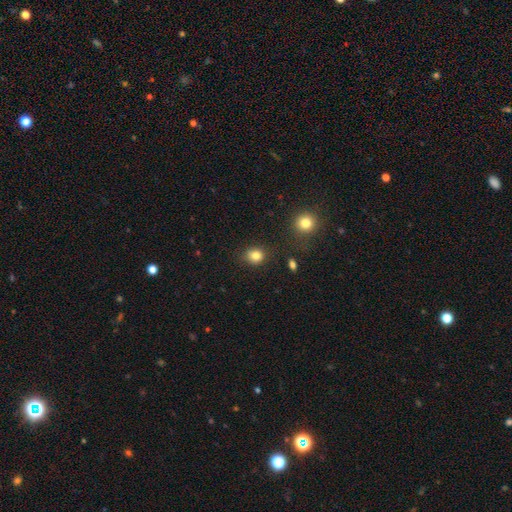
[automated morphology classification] Smooth or featured?
  - smooth: 83% *
  - star or artifact: 12%
  - featured or disk: 6%
How rounded?
  - round: 76% *
  - in between: 23%
  - cigar-shaped: 1%
Merging?
  - none: 83% *
  - minor disturbance: 11%
  - major disturbance: 3%
  - merger: 2%